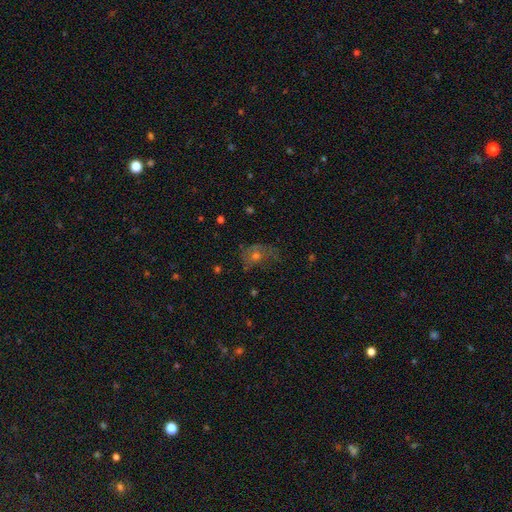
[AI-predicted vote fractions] Morphology: type=featured or disk (41%); merging=none (47%).